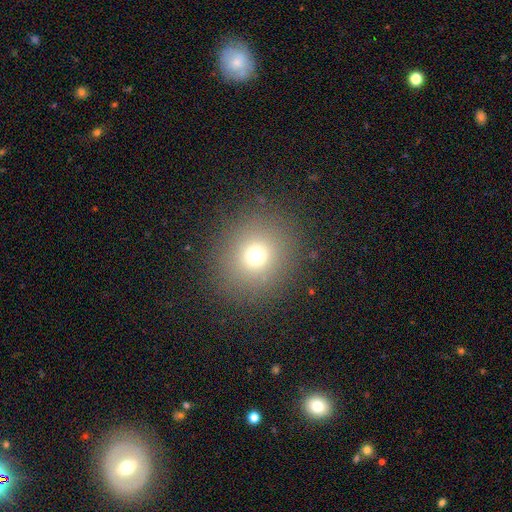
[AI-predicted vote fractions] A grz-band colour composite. It shows a smooth galaxy with no disk features (70%) that is round (85%). Merging: none (88%).